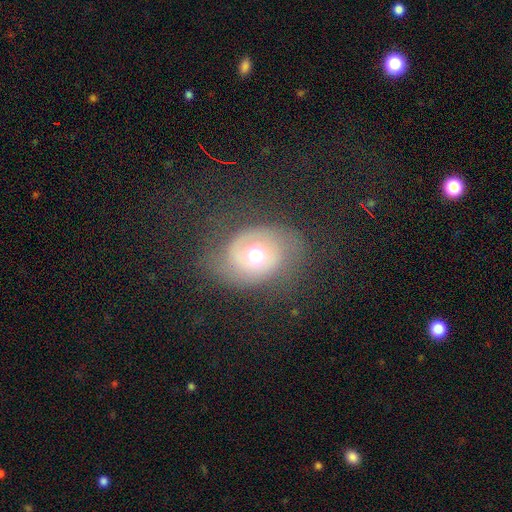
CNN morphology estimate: smooth_or_featured: featured or disk (p=0.61) [alt: smooth p=0.29]
disk_edge_on: no (p=0.96) [alt: yes p=0.04]
bar: no (p=0.77) [alt: weak p=0.18]
has_spiral_arms: yes (p=0.74) [alt: no p=0.26]
bulge_size: moderate (p=0.73) [alt: small p=0.13]
merging: none (p=0.59) [alt: minor disturbance p=0.22]